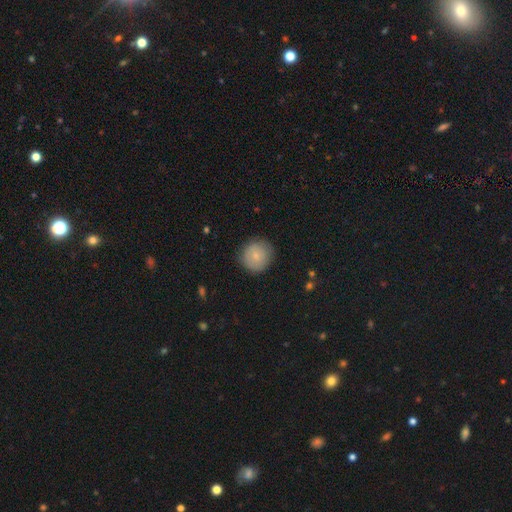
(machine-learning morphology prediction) A smooth galaxy with no disk features (75%) that is round (92%).

Vote fractions:
- Smooth or featured? smooth: 75% / featured or disk: 17% / star or artifact: 8%
- How rounded? round: 92% / in between: 7% / cigar-shaped: 1%
- Merging? none: 85% / minor disturbance: 11% / major disturbance: 3% / merger: 1%